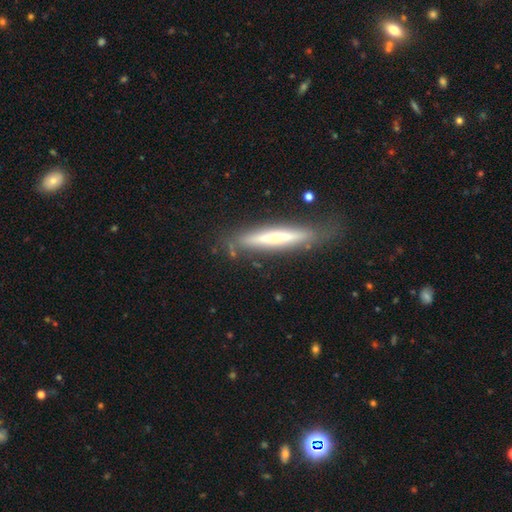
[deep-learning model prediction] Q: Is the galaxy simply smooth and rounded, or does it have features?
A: featured or disk — 55%.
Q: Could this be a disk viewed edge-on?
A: yes — 80%.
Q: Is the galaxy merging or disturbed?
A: none — 73%.